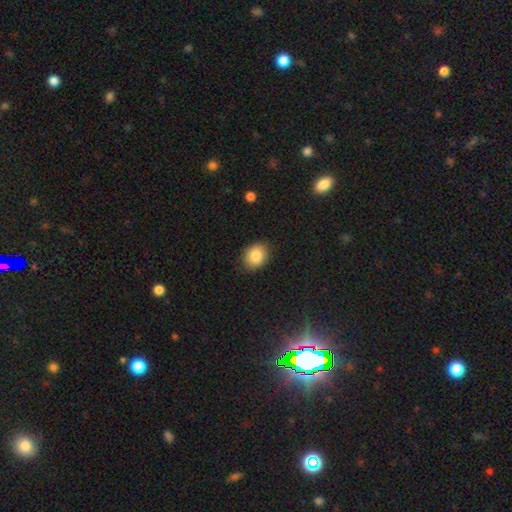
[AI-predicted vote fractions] Smooth or featured? smooth (84%)
How rounded? in between (53%)
Merging? none (86%)